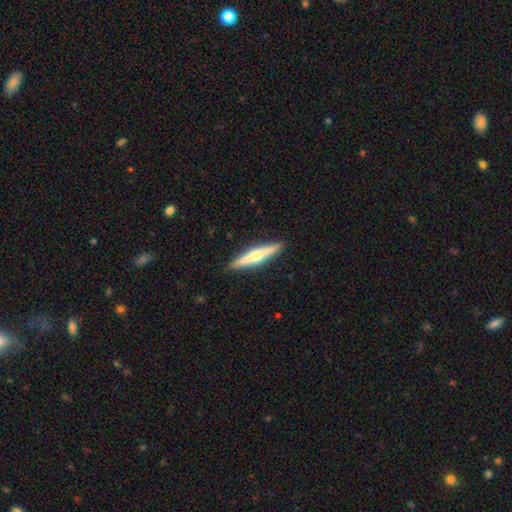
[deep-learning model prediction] featured or disk 59%, smooth 36%, star or artifact 5%. Down the decision tree: edge-on disk — yes (97%); edge-on bulge — rounded (85%); merging — none (91%).